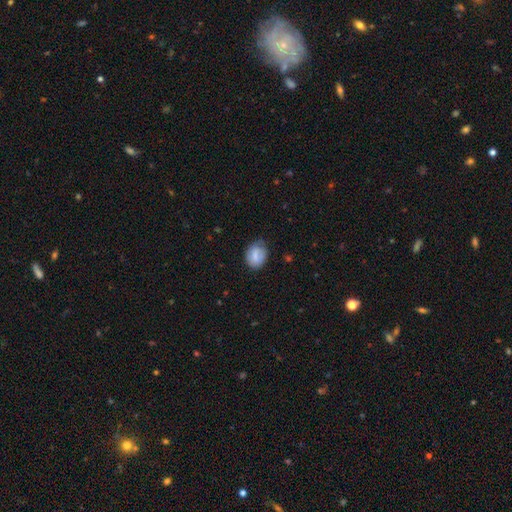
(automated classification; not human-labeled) Q: Smooth or featured?
A: smooth (74%); runner-up: featured or disk (18%)
Q: How rounded?
A: in between (63%); runner-up: round (36%)
Q: Merging?
A: none (64%); runner-up: minor disturbance (28%)